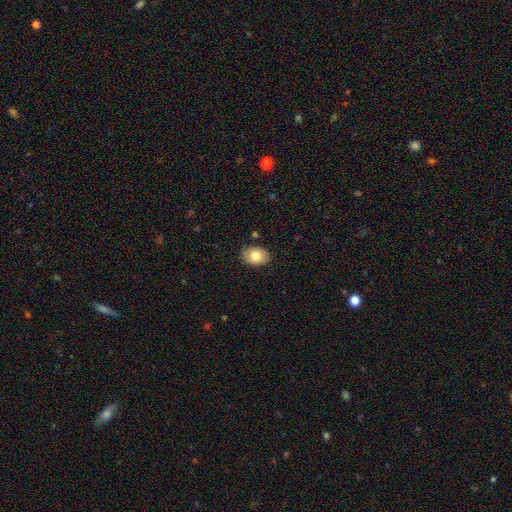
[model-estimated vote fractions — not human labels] Smooth or featured? smooth (79%)
How rounded? in between (77%)
Merging? none (85%)